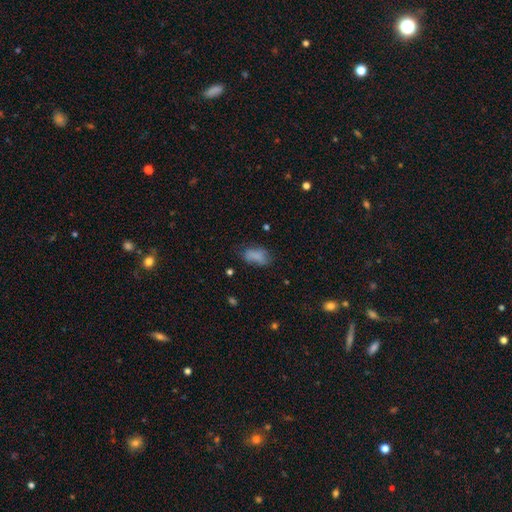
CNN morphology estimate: This appears to be a smooth galaxy with no disk features (76%) that is in between round and cigar-shaped (91%). Merging: none (51%).